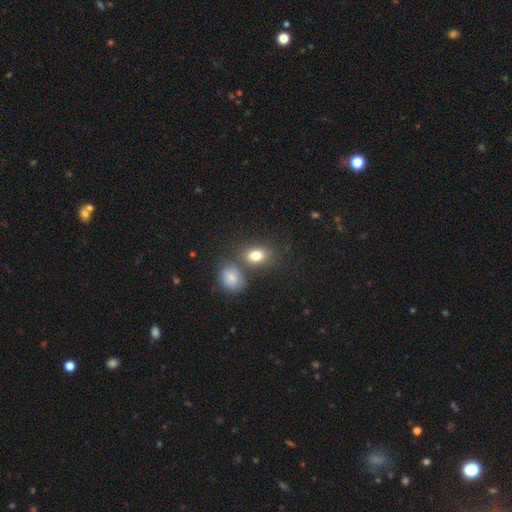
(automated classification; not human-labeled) Smooth or featured: smooth — 80% (star or artifact — 11%)
How rounded: in between — 69% (round — 30%)
Merging: none — 58% (merger — 24%)